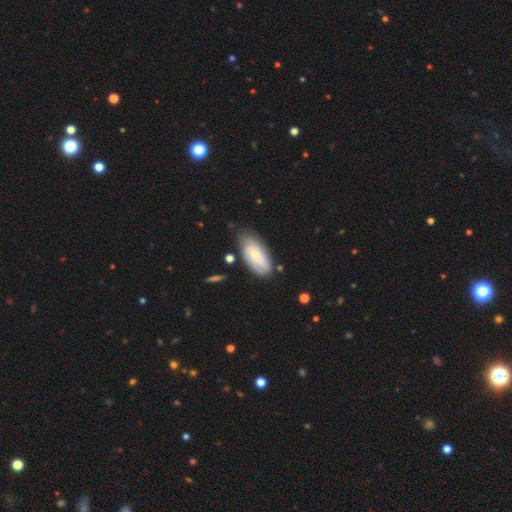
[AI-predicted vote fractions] This is possibly a featured or disk galaxy (47%, tied with smooth). Merging: likely none (69%).